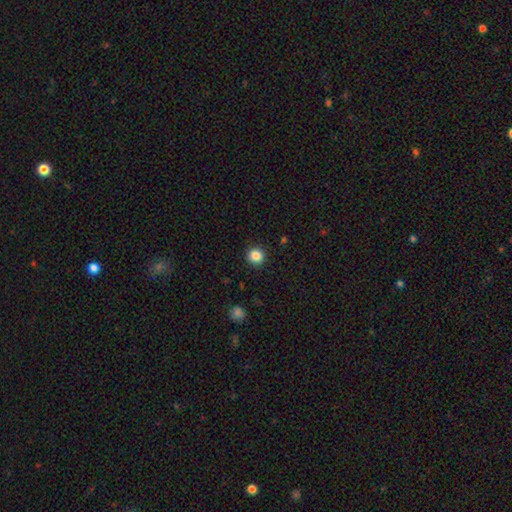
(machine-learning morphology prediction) smooth-or-featured: smooth: 85% | star or artifact: 11% | featured or disk: 4%
  how-rounded: round: 93% | in between: 6% | cigar-shaped: 1%
  merging: none: 92% | minor disturbance: 5% | major disturbance: 2% | merger: 1%